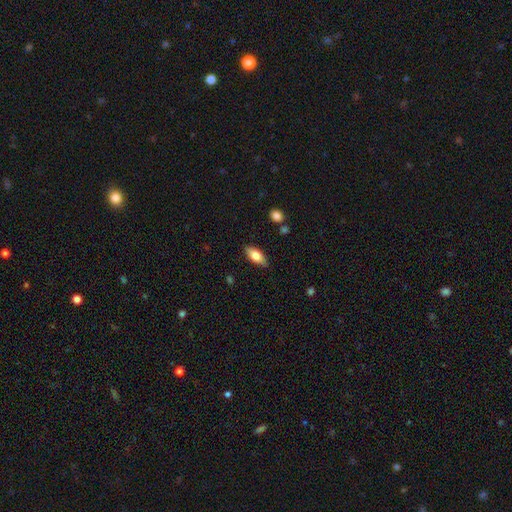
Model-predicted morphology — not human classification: smooth-or-featured: smooth: 76% | featured or disk: 17% | star or artifact: 7%
  how-rounded: in between: 86% | cigar-shaped: 11% | round: 3%
  merging: none: 85% | minor disturbance: 11% | major disturbance: 2% | merger: 1%